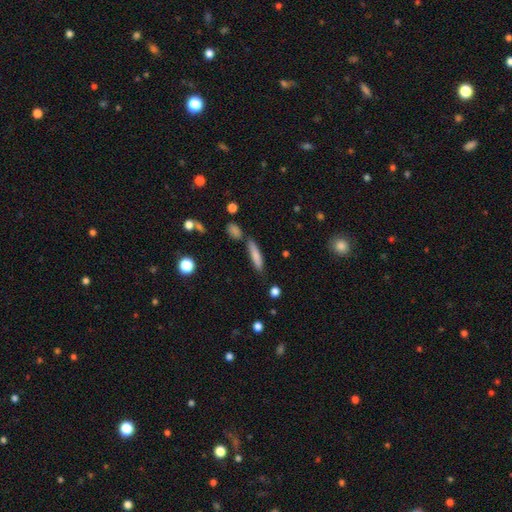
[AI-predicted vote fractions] The model was most divided on "merging": none: 72%, minor disturbance: 14%, merger: 11%, major disturbance: 4%. More confident: how rounded — cigar-shaped (81%); smooth or featured — smooth (77%).